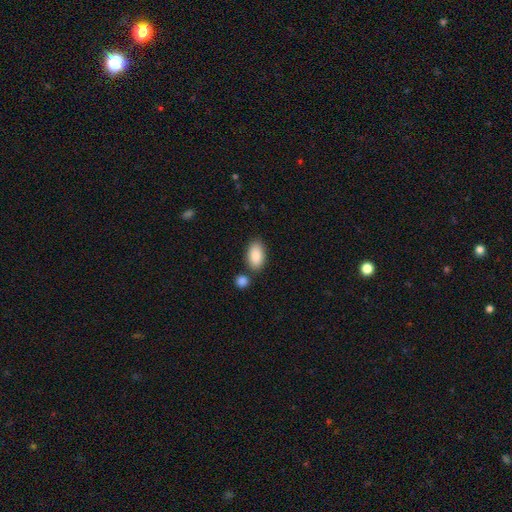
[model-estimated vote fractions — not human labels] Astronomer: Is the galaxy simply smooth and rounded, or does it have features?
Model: smooth — 88%.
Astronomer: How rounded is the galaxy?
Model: in between — 94%.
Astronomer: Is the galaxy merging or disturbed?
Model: none — 73%.